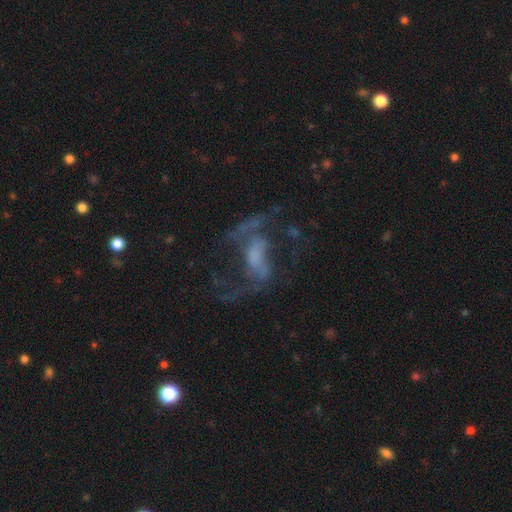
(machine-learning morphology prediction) The model was most divided on "bulge size": none: 33%, small: 31%, moderate: 26%, large: 8%, dominant: 2%. Remaining: edge-on disk — no (94%); spiral arms — yes (75%); smooth or featured — featured or disk (74%); spiral arm count — 2 (70%); spiral winding — loose (60%); merging — none (45%); bar — weak (39%).